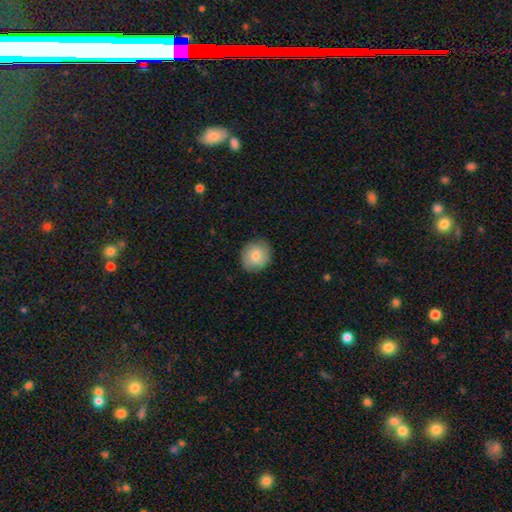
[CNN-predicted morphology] The model was most divided on "smooth or featured": smooth: 76%, featured or disk: 17%, star or artifact: 7%. More confident: merging — none (86%); how rounded — round (84%).